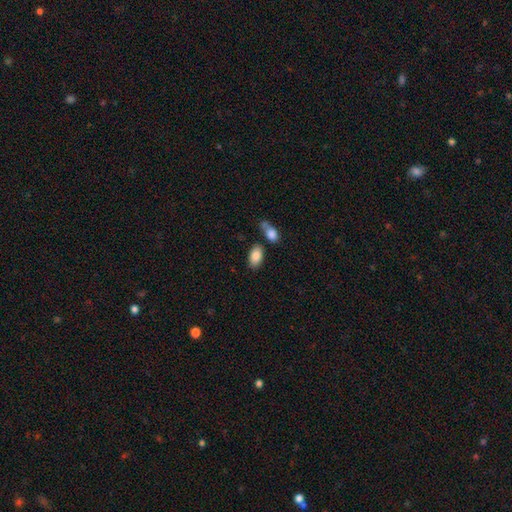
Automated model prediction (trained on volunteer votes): Smooth or featured? smooth (86%)
How rounded? in between (93%)
Merging? none (71%)